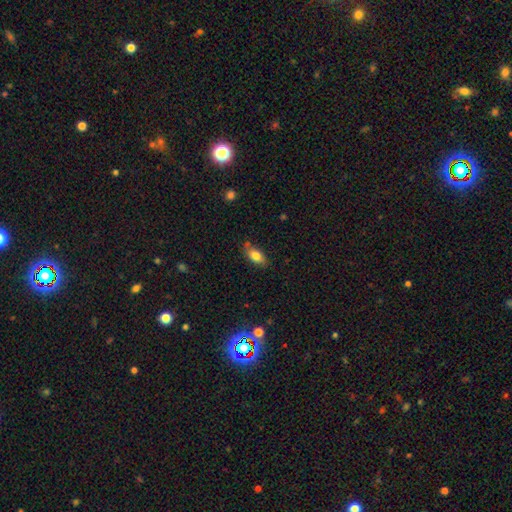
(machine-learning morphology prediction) This appears to be a smooth galaxy with no disk features (79%) that is in between round and cigar-shaped (87%). Merging: none (76%).